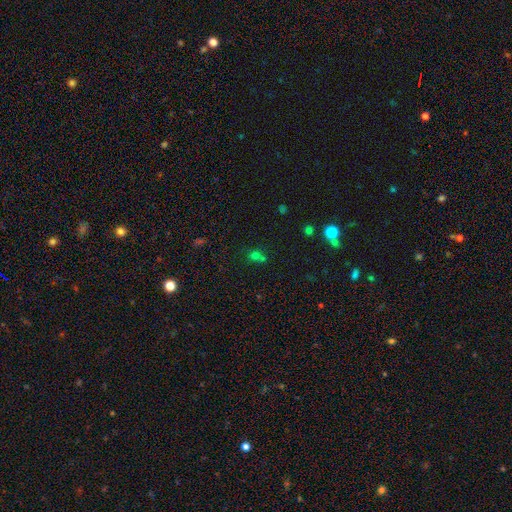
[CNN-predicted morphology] Overall: smooth (60%; star or artifact 30%). How rounded: round (75%). Merging: none (44%; merger 42%).